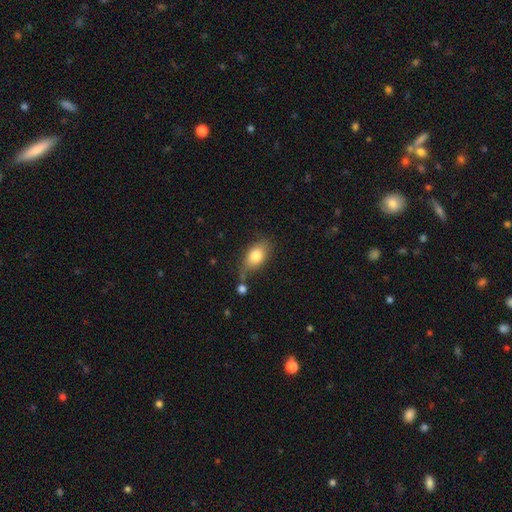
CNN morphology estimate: Smooth or featured?
  - smooth: 80% *
  - featured or disk: 13%
  - star or artifact: 7%
How rounded?
  - in between: 88% *
  - round: 9%
  - cigar-shaped: 3%
Merging?
  - none: 61% *
  - minor disturbance: 21%
  - merger: 10%
  - major disturbance: 7%